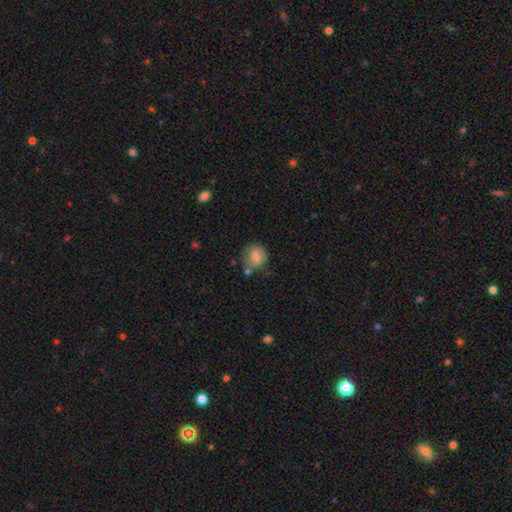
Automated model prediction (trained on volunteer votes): This appears to be a smooth galaxy with no disk features (72%) that is round (78%). Merging: none (58%).